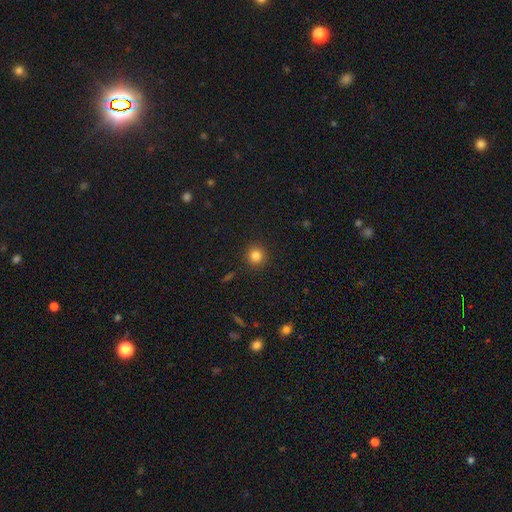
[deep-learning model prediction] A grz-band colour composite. It shows a smooth galaxy with no disk features (83%) that is round (93%). Merging: none (91%).